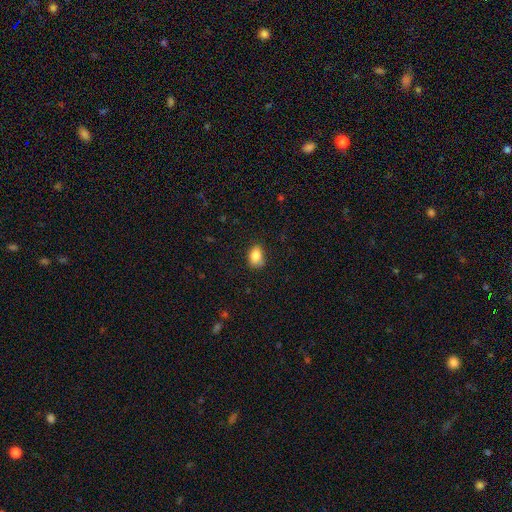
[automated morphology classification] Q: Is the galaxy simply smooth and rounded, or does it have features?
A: smooth — 84%.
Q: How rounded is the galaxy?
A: in between — 77%.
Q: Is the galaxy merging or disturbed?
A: none — 76%.